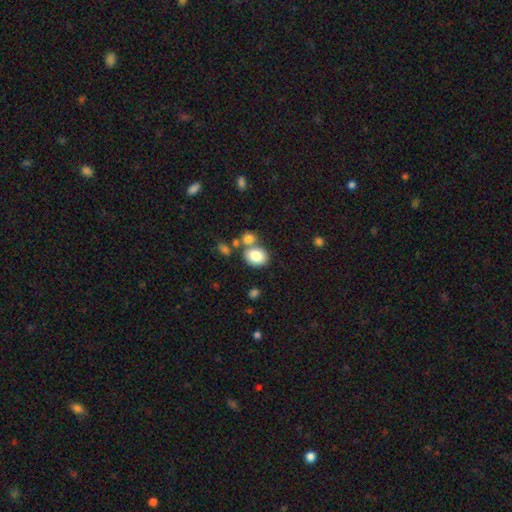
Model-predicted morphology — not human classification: Smooth or featured: smooth — 82% (featured or disk — 10%)
How rounded: in between — 53% (round — 46%)
Merging: none — 56% (merger — 28%)